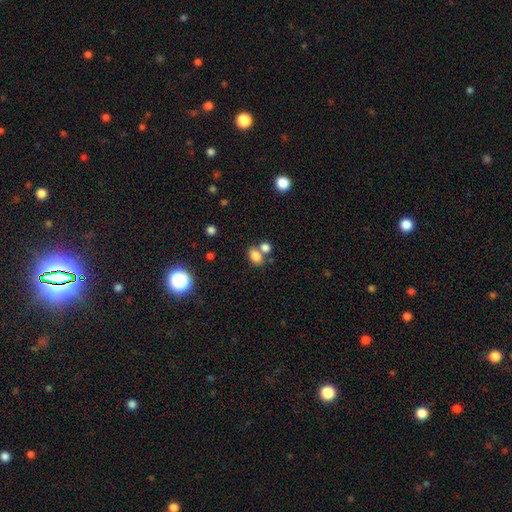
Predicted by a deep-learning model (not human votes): smooth_or_featured: smooth (p=0.80) [alt: star or artifact p=0.12]
how_rounded: in between (p=0.72) [alt: round p=0.26]
merging: none (p=0.47) [alt: merger p=0.38]